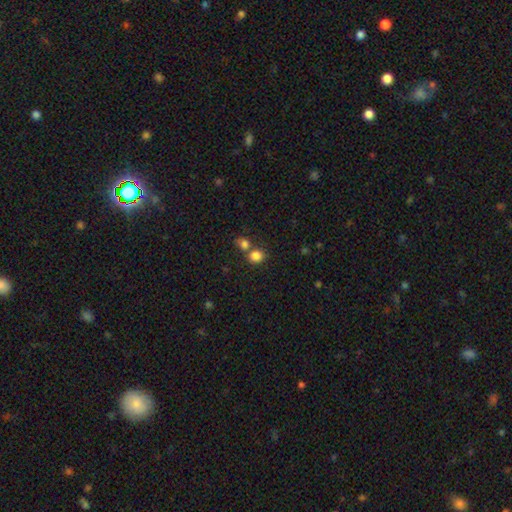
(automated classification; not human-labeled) Morphology: type=smooth (83%); roundness=round (74%); merging=none (55%).